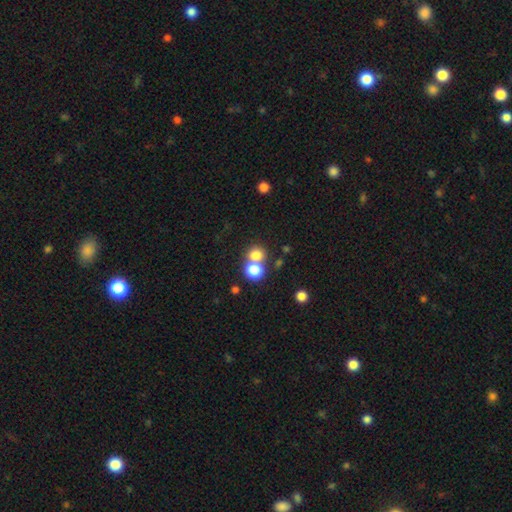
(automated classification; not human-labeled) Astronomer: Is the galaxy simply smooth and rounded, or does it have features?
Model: smooth — 77%.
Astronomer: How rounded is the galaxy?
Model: round — 79%.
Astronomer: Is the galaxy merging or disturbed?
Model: none — 46% (runner-up: merger, 44%).